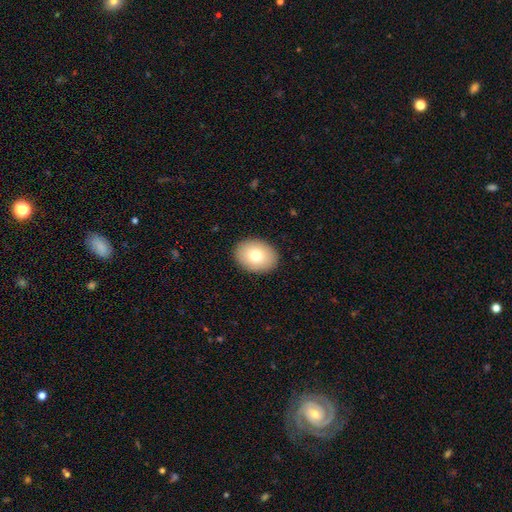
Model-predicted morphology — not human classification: smooth 76%, featured or disk 16%, star or artifact 8%. Down the decision tree: how rounded — in between (66%); merging — none (90%).